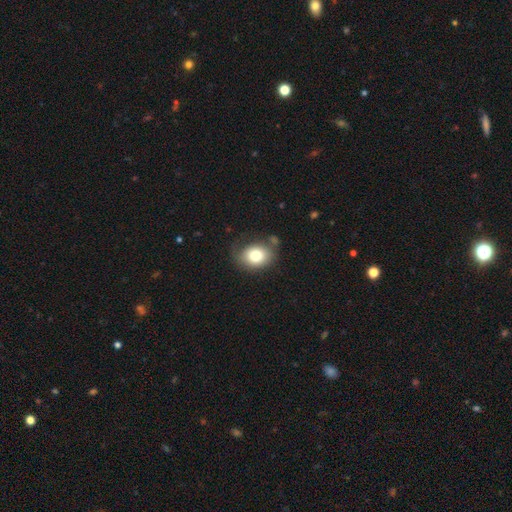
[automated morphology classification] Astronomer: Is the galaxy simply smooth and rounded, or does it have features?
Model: smooth — 78%.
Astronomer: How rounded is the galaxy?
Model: in between — 55% (runner-up: round, 44%).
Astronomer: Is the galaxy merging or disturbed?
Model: none — 65%.